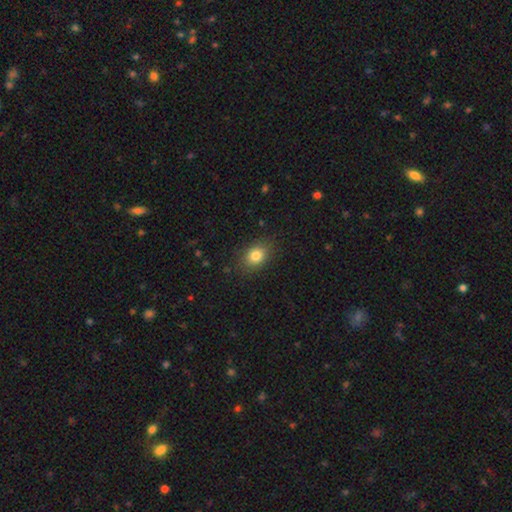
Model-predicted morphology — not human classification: Smooth or featured?
  - smooth: 82% *
  - star or artifact: 10%
  - featured or disk: 8%
How rounded?
  - in between: 65% *
  - round: 34%
  - cigar-shaped: 1%
Merging?
  - none: 84% *
  - minor disturbance: 11%
  - major disturbance: 3%
  - merger: 1%